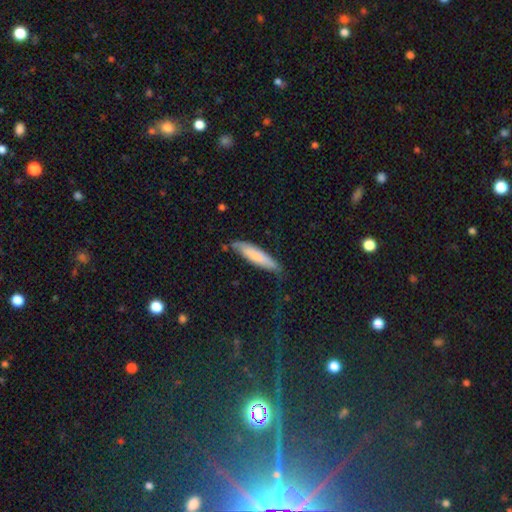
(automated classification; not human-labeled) This is likely a smooth galaxy (71%). How rounded: likely cigar-shaped (76%). Merging: likely none (66%).